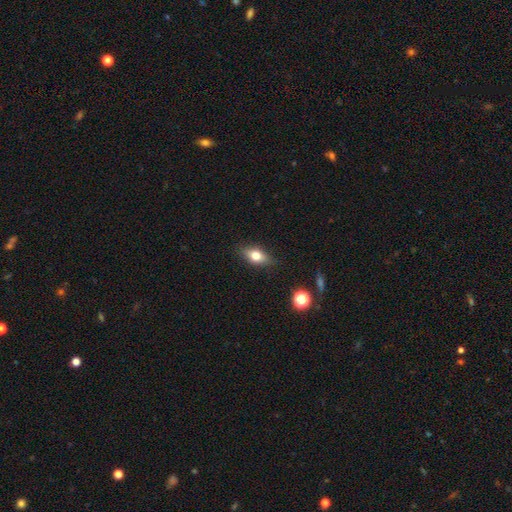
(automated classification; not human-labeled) Q: Smooth or featured?
A: smooth (67%); runner-up: featured or disk (23%)
Q: How rounded?
A: in between (76%); runner-up: round (12%)
Q: Merging?
A: none (84%); runner-up: minor disturbance (12%)